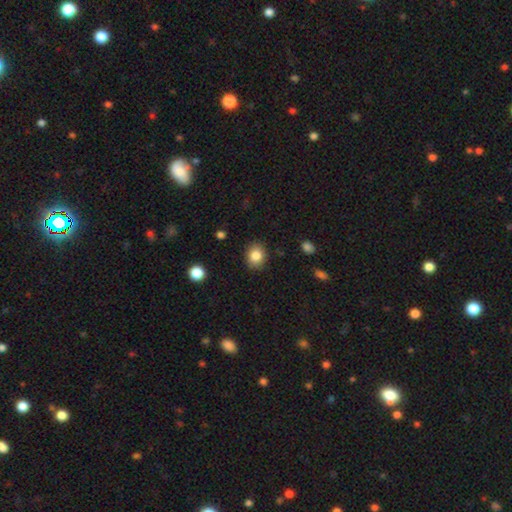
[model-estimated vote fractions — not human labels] smooth 84%, star or artifact 9%, featured or disk 7%. Down the decision tree: how rounded — round (60%); merging — none (87%).